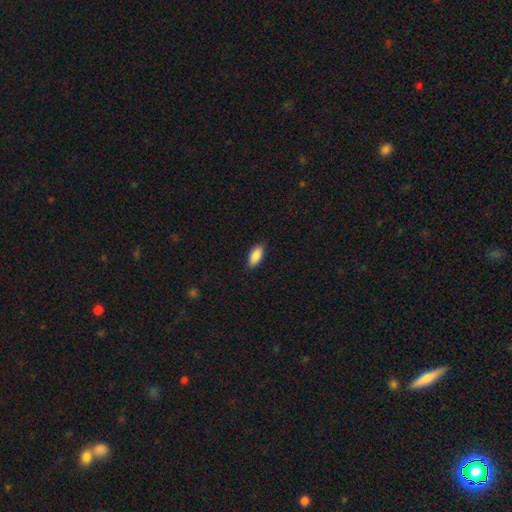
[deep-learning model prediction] Morphology: type=smooth (89%); roundness=in between (86%); merging=none (87%).